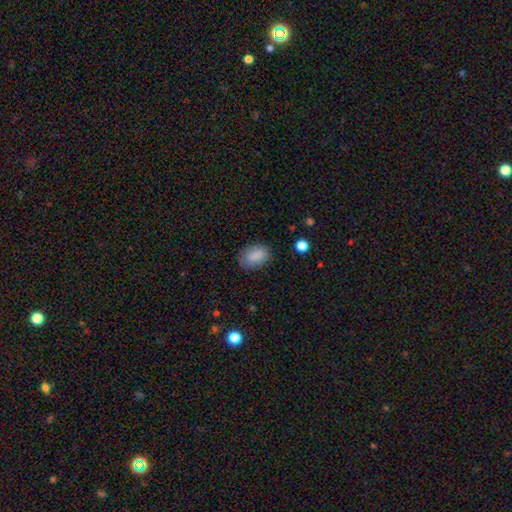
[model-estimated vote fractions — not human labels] smooth-or-featured: smooth: 87% | star or artifact: 8% | featured or disk: 5%
  how-rounded: in between: 86% | round: 12% | cigar-shaped: 2%
  merging: none: 81% | minor disturbance: 14% | major disturbance: 4% | merger: 1%